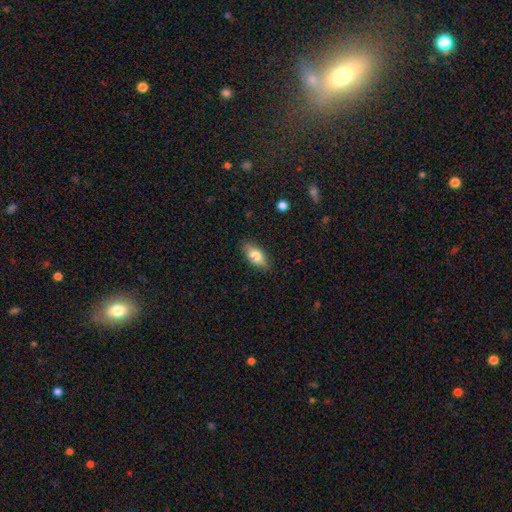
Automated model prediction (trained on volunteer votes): smooth 73%, featured or disk 20%, star or artifact 7%. Down the decision tree: how rounded — in between (83%); merging — none (85%).